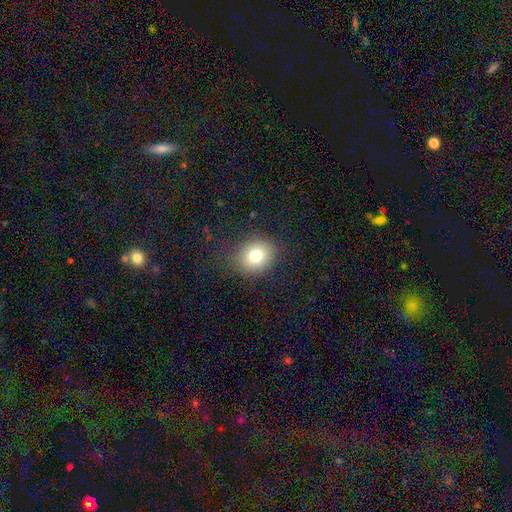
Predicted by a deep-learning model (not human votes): smooth-or-featured: smooth: 77% | star or artifact: 12% | featured or disk: 10%
  how-rounded: round: 68% | in between: 31% | cigar-shaped: 1%
  merging: none: 86% | minor disturbance: 9% | major disturbance: 4% | merger: 1%